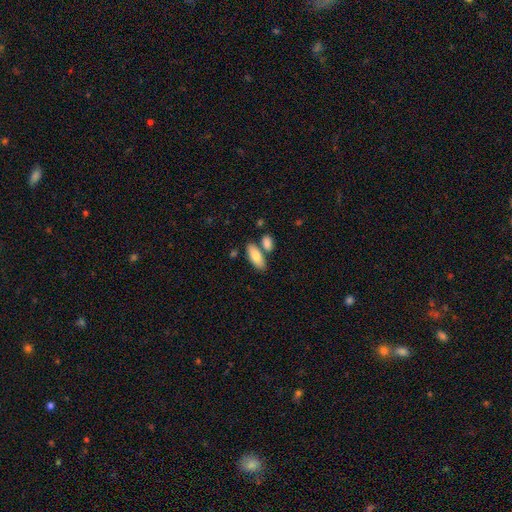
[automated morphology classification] smooth 80%, featured or disk 14%, star or artifact 6%. Down the decision tree: how rounded — in between (83%); merging — none (67%).